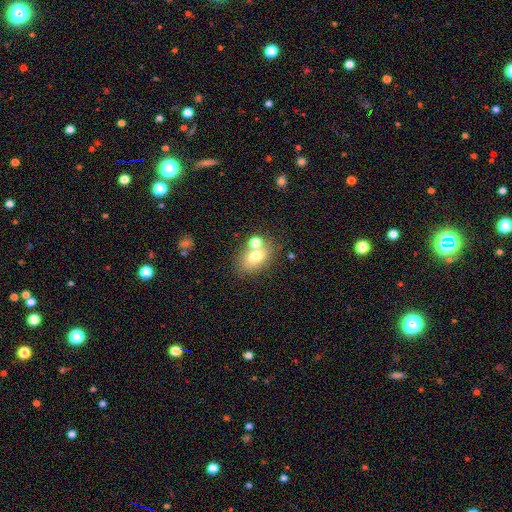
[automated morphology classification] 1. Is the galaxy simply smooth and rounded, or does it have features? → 72% smooth, 17% featured or disk, 12% star or artifact.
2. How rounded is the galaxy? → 74% in between, 25% round, 1% cigar-shaped.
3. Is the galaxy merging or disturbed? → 57% none, 26% merger, 13% minor disturbance, 5% major disturbance.